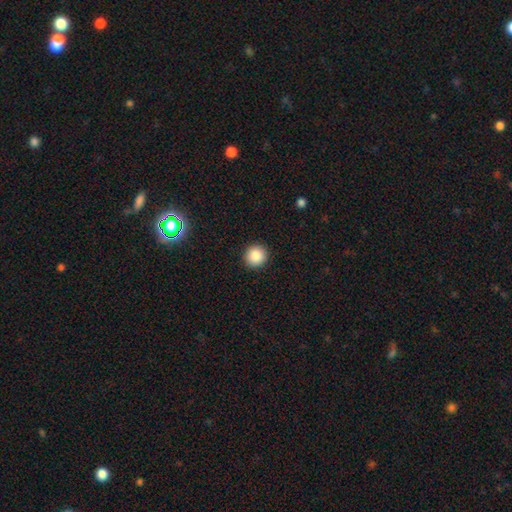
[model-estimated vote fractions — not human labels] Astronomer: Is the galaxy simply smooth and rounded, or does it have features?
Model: smooth — 87%.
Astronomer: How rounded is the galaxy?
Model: round — 93%.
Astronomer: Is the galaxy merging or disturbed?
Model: none — 92%.